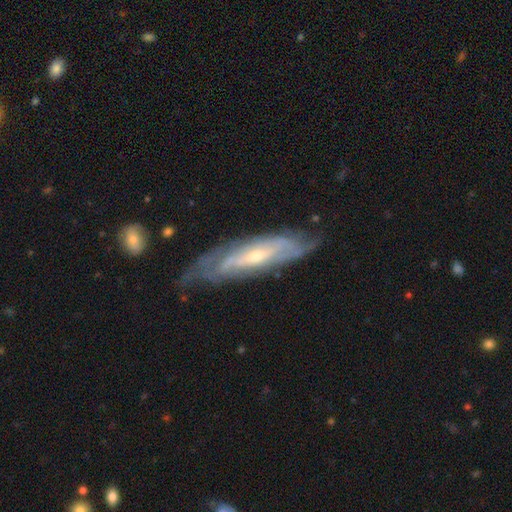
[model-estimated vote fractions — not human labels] Smooth or featured? Predicted: featured or disk (p=0.80). Edge-on disk? Predicted: no (p=0.72). Bar? Predicted: no (p=0.48). Spiral arms? Predicted: yes (p=0.86). Bulge size? Predicted: small (p=0.57). Merging? Predicted: none (p=0.68).